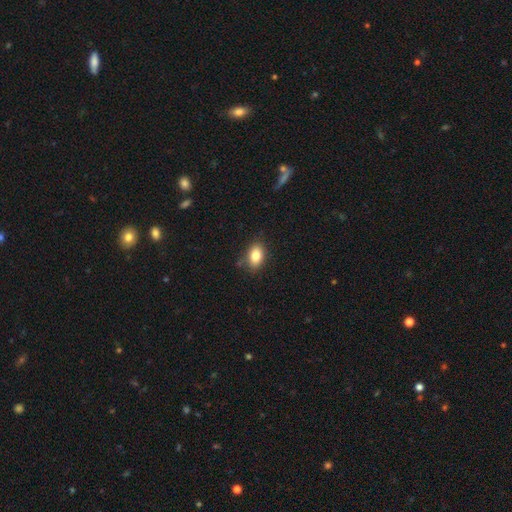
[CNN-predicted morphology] Q: Smooth or featured?
A: smooth (83%); runner-up: star or artifact (9%)
Q: How rounded?
A: in between (84%); runner-up: round (14%)
Q: Merging?
A: none (82%); runner-up: minor disturbance (13%)